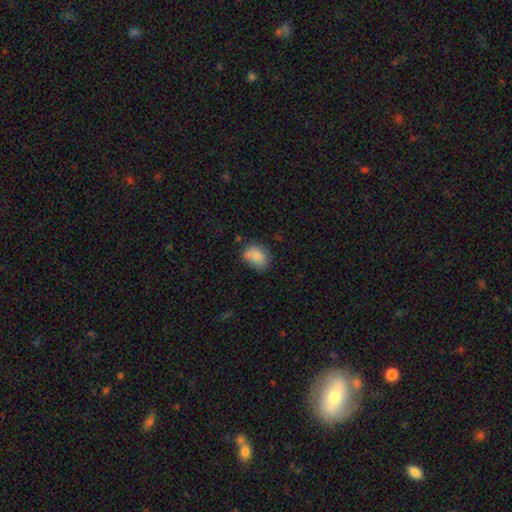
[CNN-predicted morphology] This is clearly a smooth galaxy (81%). How rounded: possibly in between (60%). Merging: possibly none (56%).